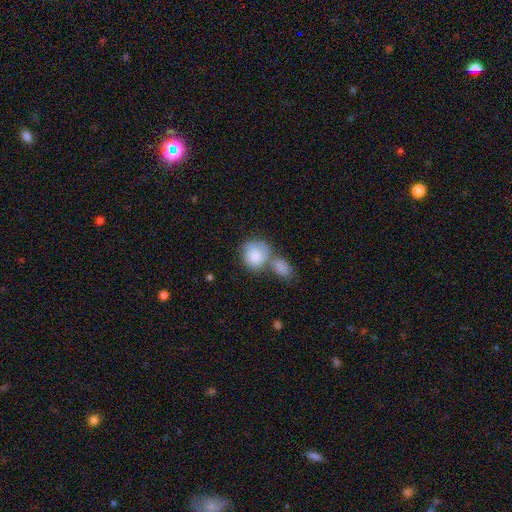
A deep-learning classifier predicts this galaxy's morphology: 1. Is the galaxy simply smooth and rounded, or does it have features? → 80% smooth, 14% featured or disk, 6% star or artifact.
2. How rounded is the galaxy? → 73% round, 26% in between, 1% cigar-shaped.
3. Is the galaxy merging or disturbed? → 46% merger, 34% none, 14% minor disturbance, 6% major disturbance.